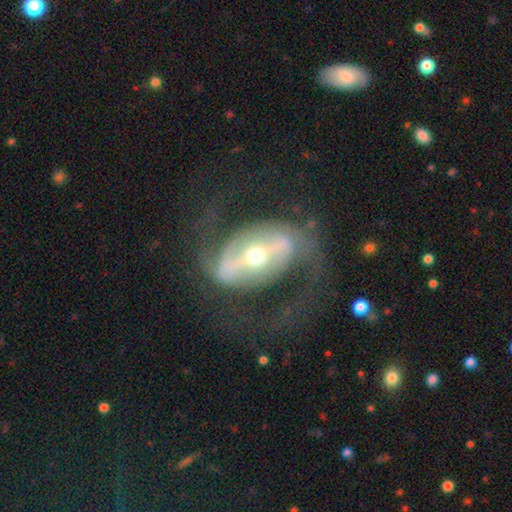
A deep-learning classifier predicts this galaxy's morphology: type=featured or disk (87%); edge-on=no (94%); bar=strong (68%); spiral arms=yes (85%); winding=medium (49%); arm count=2 (88%); bulge=moderate (56%); merging=none (63%).